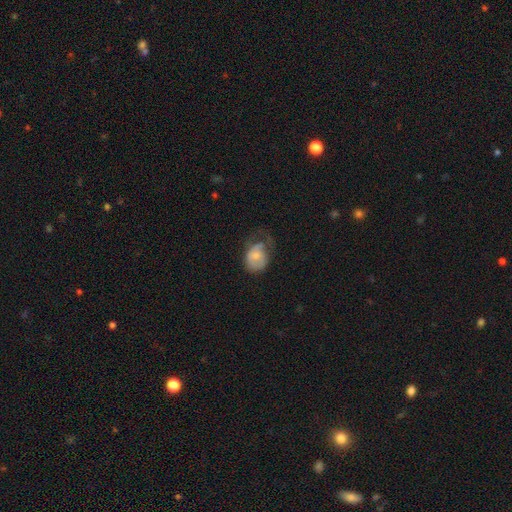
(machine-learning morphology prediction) A smooth galaxy with no disk features (55%) that is in between round and cigar-shaped (58%).

Vote fractions:
- Smooth or featured? smooth: 55% / featured or disk: 38% / star or artifact: 7%
- How rounded? in between: 58% / round: 41% / cigar-shaped: 1%
- Merging? major disturbance: 43% / minor disturbance: 29% / none: 26% / merger: 2%